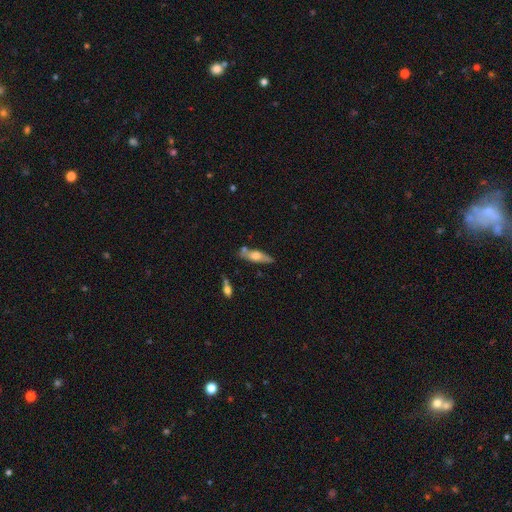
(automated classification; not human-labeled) Overall: smooth (53%; featured or disk 41%). How rounded: cigar-shaped (56%; in between 42%). Merging: none (68%).